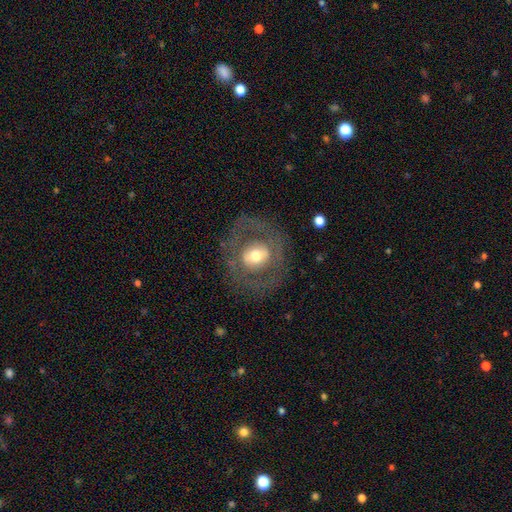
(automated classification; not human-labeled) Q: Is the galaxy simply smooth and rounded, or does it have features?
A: featured or disk — 56%.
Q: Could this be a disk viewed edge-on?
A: no — 94%.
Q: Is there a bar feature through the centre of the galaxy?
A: no — 56%.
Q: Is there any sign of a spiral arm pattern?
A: no — 76%.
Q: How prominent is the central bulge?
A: moderate — 63%.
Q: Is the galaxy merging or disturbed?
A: none — 77%.